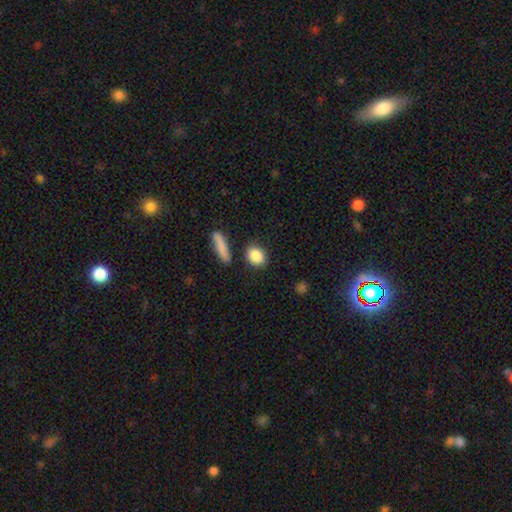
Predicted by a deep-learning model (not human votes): This is clearly a smooth galaxy (87%). How rounded: possibly in between (59%). Merging: clearly none (82%).